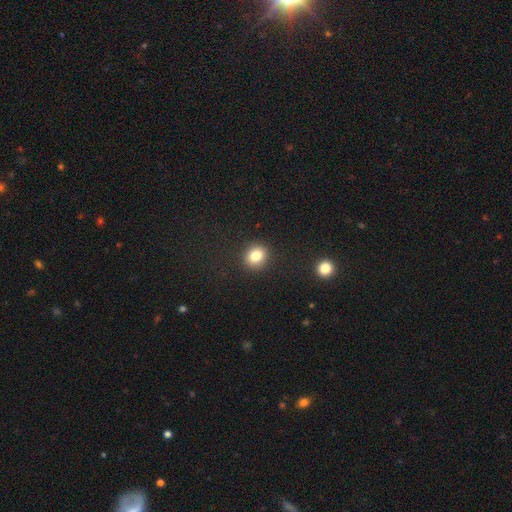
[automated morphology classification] This is clearly a smooth galaxy (81%). How rounded: likely round (78%). Merging: clearly none (90%).